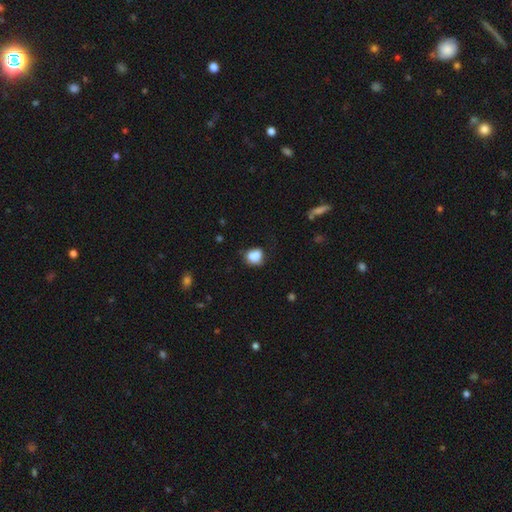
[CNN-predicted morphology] type=smooth (81%); roundness=round (57%); merging=none (50%).